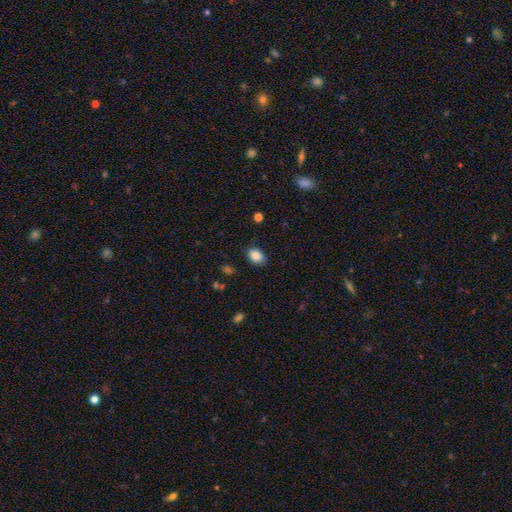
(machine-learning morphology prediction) smooth-or-featured: smooth: 88% | star or artifact: 9% | featured or disk: 4%
  how-rounded: in between: 74% | round: 25% | cigar-shaped: 1%
  merging: none: 83% | minor disturbance: 12% | major disturbance: 3% | merger: 1%